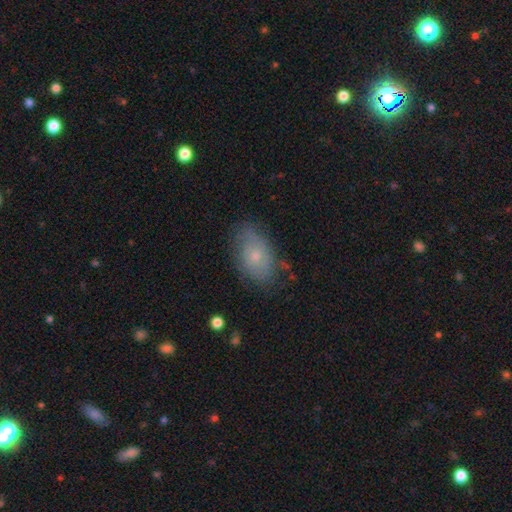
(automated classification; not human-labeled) Smooth or featured?
  - smooth: 61% *
  - featured or disk: 30%
  - star or artifact: 9%
How rounded?
  - in between: 88% *
  - round: 10%
  - cigar-shaped: 2%
Merging?
  - none: 69% *
  - minor disturbance: 22%
  - major disturbance: 7%
  - merger: 2%